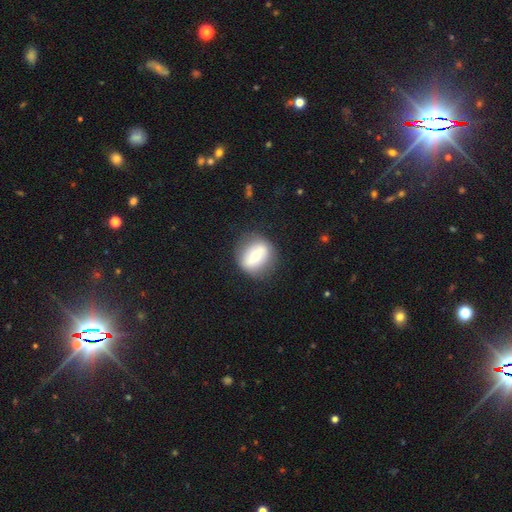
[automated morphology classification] Smooth or featured? Predicted: smooth (p=0.48). Merging? Predicted: none (p=0.81).